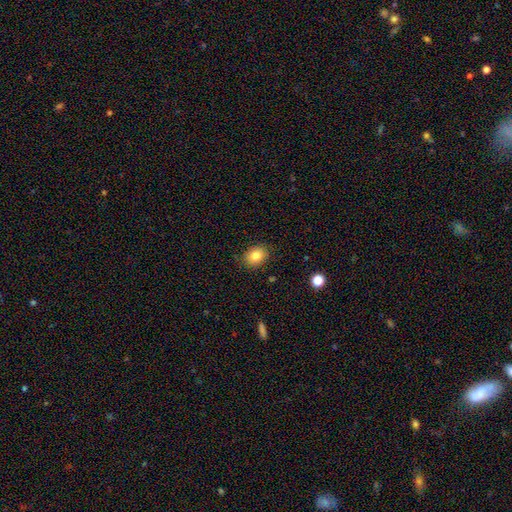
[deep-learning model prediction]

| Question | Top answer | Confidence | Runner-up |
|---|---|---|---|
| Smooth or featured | smooth | 84% | star or artifact (9%) |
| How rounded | in between | 54% | round (46%) |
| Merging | none | 87% | minor disturbance (10%) |